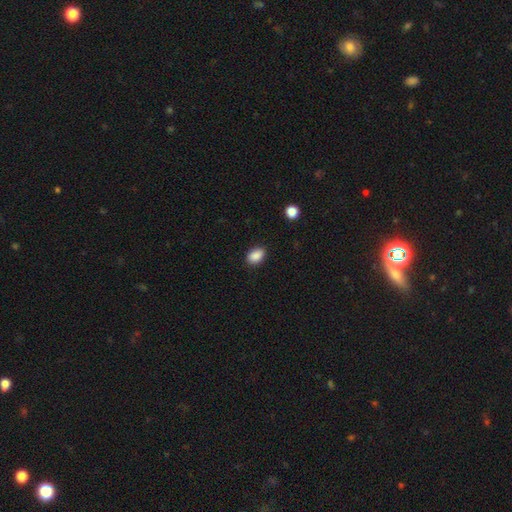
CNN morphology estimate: This appears to be a smooth galaxy with no disk features (88%) that is in between round and cigar-shaped (84%). Merging: none (86%).